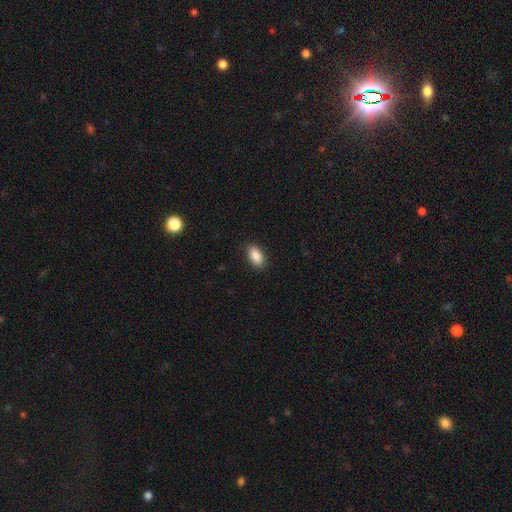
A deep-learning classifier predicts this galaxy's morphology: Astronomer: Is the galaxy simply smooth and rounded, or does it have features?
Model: smooth — 89%.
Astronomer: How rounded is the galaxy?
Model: in between — 93%.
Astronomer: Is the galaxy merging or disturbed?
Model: none — 88%.